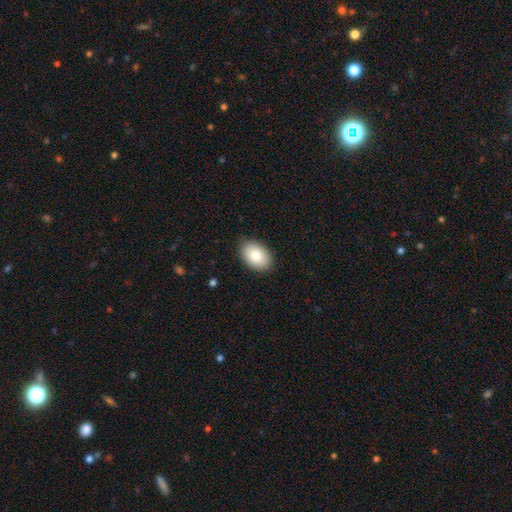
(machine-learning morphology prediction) A smooth galaxy with no disk features (82%) that is in between round and cigar-shaped (88%). Merging: none (87%).